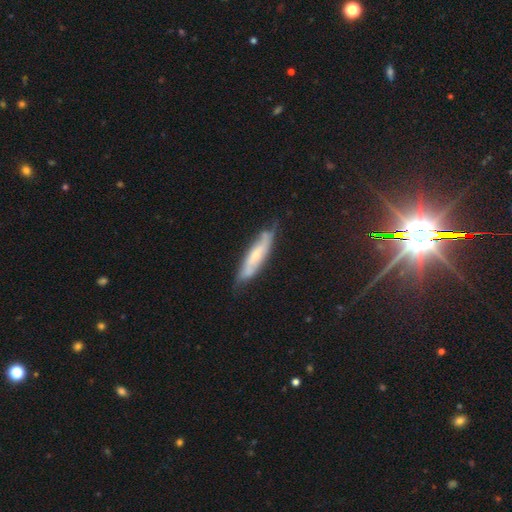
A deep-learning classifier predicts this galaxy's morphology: Smooth or featured: featured or disk — 53% (smooth — 40%)
Edge-on disk: yes — 54% (no — 46%)
Merging: none — 70% (minor disturbance — 23%)